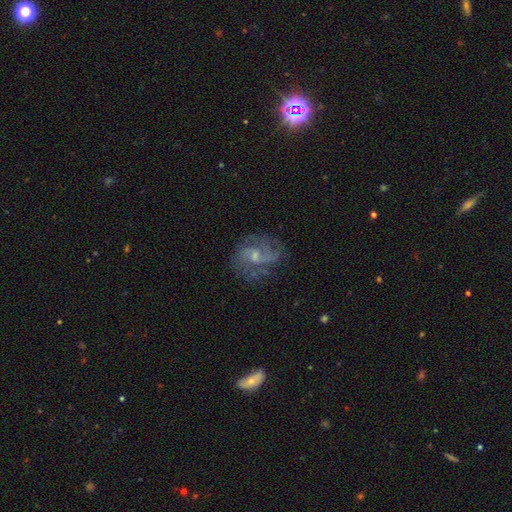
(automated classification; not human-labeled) Q: Smooth or featured?
A: featured or disk (79%); runner-up: smooth (13%)
Q: Edge-on disk?
A: no (98%); runner-up: yes (2%)
Q: Bar?
A: weak (50%); runner-up: no (42%)
Q: Spiral arms?
A: yes (90%); runner-up: no (10%)
Q: Spiral winding?
A: medium (47%); runner-up: loose (33%)
Q: Spiral arm count?
A: 2 (59%); runner-up: can't tell (18%)
Q: Bulge size?
A: small (52%); runner-up: moderate (36%)
Q: Merging?
A: none (64%); runner-up: minor disturbance (20%)